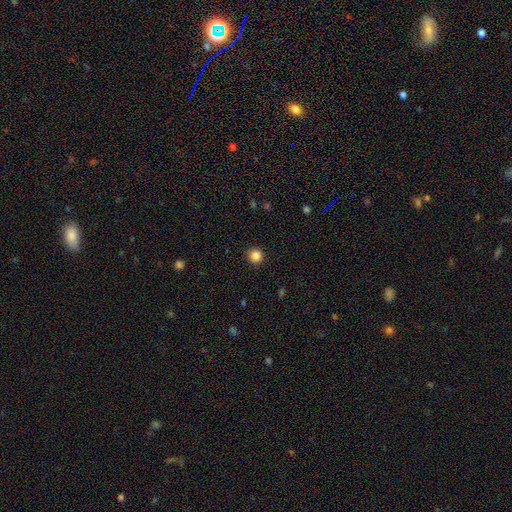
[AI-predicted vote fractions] This is clearly a smooth galaxy (85%). How rounded: clearly round (95%). Merging: clearly none (91%).